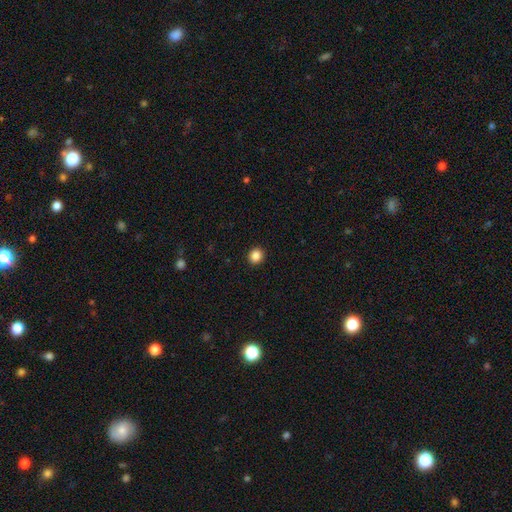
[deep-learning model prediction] smooth_or_featured: smooth (p=0.86) [alt: star or artifact p=0.10]
how_rounded: round (p=0.82) [alt: in between p=0.17]
merging: none (p=0.93) [alt: minor disturbance p=0.05]